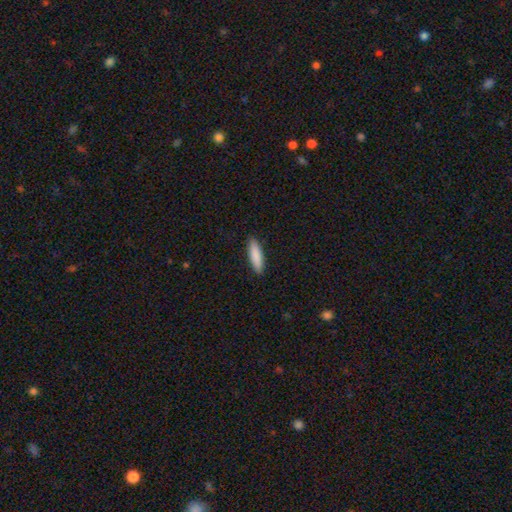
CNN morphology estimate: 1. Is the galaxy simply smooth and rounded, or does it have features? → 87% smooth, 7% featured or disk, 5% star or artifact.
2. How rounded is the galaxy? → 69% cigar-shaped, 30% in between, 1% round.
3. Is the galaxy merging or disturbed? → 90% none, 7% minor disturbance, 2% major disturbance, 1% merger.